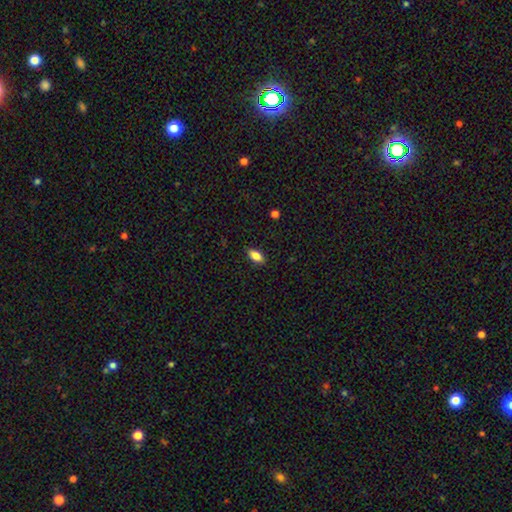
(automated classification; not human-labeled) smooth-or-featured: smooth: 81% | featured or disk: 11% | star or artifact: 8%
  how-rounded: in between: 85% | cigar-shaped: 11% | round: 4%
  merging: none: 87% | minor disturbance: 10% | major disturbance: 2% | merger: 1%